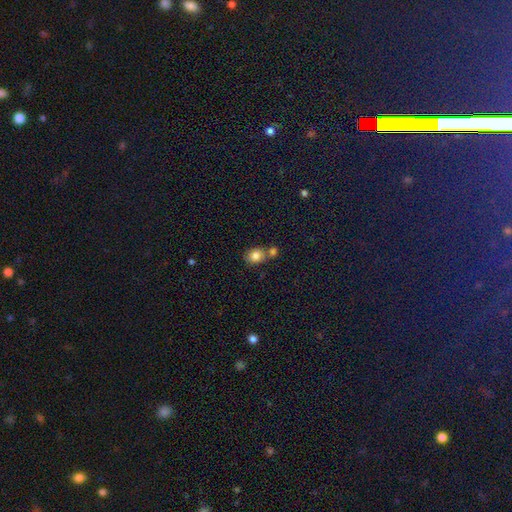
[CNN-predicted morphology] Q: Smooth or featured?
A: smooth (83%); runner-up: star or artifact (10%)
Q: How rounded?
A: round (52%); runner-up: in between (47%)
Q: Merging?
A: none (50%); runner-up: merger (35%)